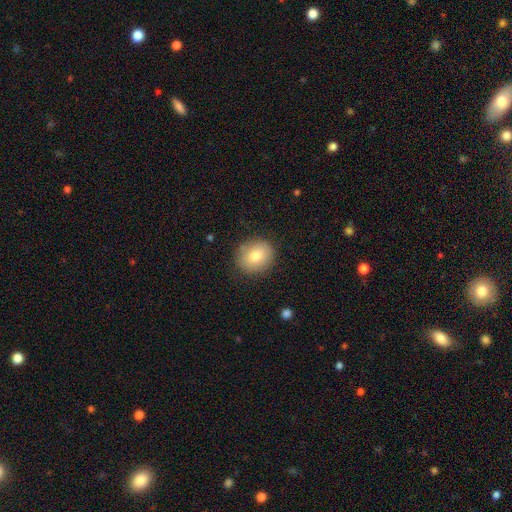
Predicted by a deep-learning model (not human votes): This appears to be a smooth galaxy with no disk features (77%) that is round (76%). Merging: none (87%).